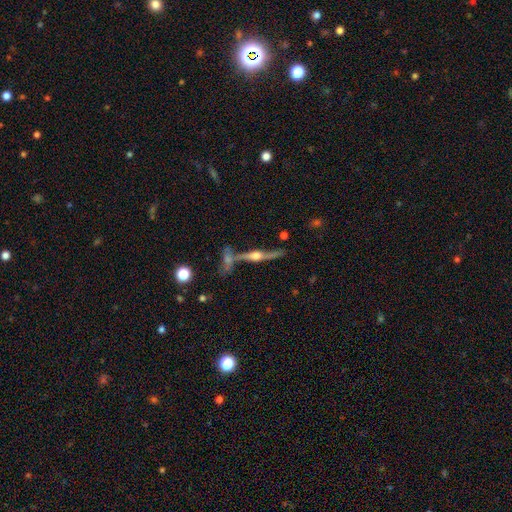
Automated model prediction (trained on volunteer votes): Smooth or featured? Predicted: featured or disk (p=0.84). Edge-on disk? Predicted: yes (p=0.94). Edge-on bulge? Predicted: rounded (p=0.94). Merging? Predicted: none (p=0.66).